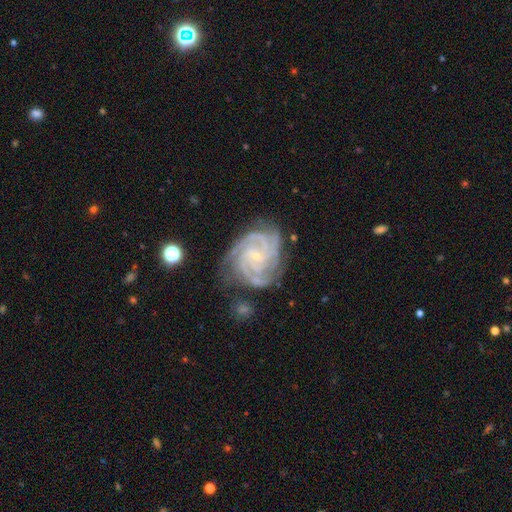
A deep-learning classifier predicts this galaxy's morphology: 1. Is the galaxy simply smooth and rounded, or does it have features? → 90% featured or disk, 6% star or artifact, 4% smooth.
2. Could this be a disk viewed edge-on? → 98% no, 2% yes.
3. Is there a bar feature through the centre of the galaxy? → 60% no, 29% weak, 10% strong.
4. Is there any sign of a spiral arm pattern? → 99% yes, 1% no.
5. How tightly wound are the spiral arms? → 73% tight, 25% medium, 3% loose.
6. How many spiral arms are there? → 38% 4, 29% 3, 11% can't tell, 9% 2, 8% more than 4, 6% 1.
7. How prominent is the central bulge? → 80% small, 14% moderate, 4% none, 1% large, 1% dominant.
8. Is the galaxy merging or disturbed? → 72% none, 19% minor disturbance, 6% major disturbance, 3% merger.